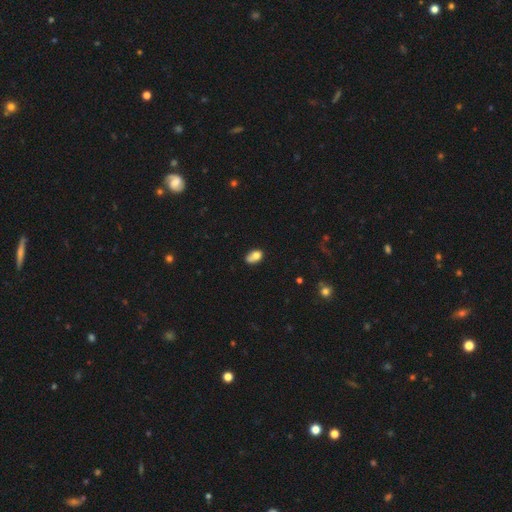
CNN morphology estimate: A smooth galaxy with no disk features (73%) that is in between round and cigar-shaped (80%).

Vote fractions:
- Smooth or featured? smooth: 73% / featured or disk: 17% / star or artifact: 10%
- How rounded? in between: 80% / round: 18% / cigar-shaped: 2%
- Merging? none: 39% / minor disturbance: 30% / merger: 17% / major disturbance: 14%